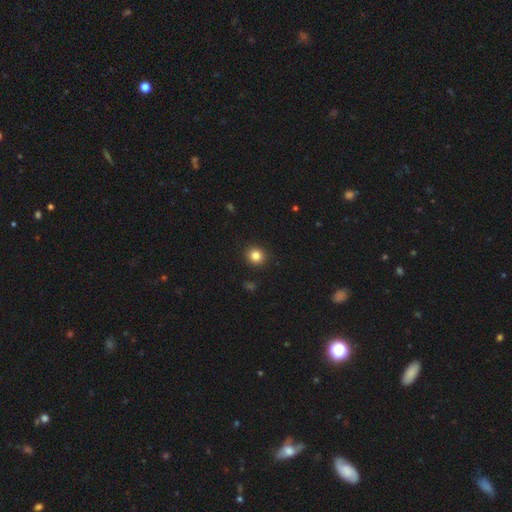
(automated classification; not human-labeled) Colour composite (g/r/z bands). It shows a smooth galaxy with no disk features (83%) that is round (88%). Merging: none (92%).